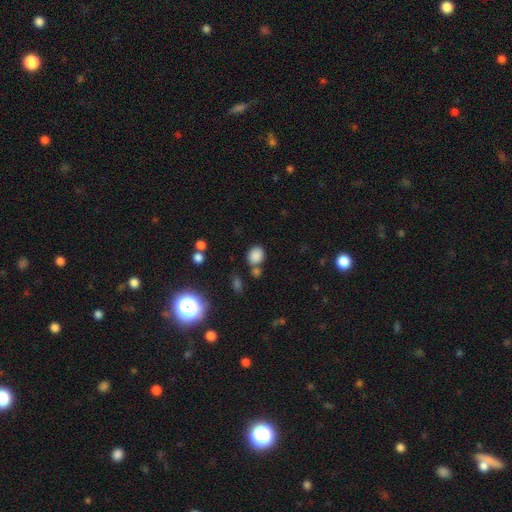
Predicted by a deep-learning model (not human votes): A smooth galaxy with no disk features (83%) that is round (65%).

Vote fractions:
- Smooth or featured? smooth: 83% / star or artifact: 12% / featured or disk: 5%
- How rounded? round: 65% / in between: 34% / cigar-shaped: 1%
- Merging? none: 66% / merger: 17% / minor disturbance: 13% / major disturbance: 4%